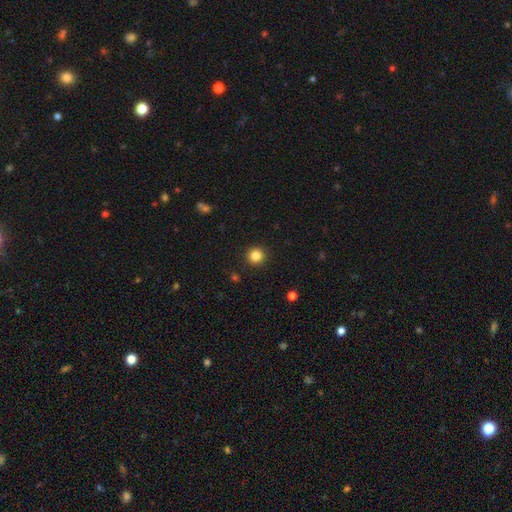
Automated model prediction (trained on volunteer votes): This is clearly a smooth galaxy (84%). How rounded: clearly round (95%). Merging: clearly none (93%).